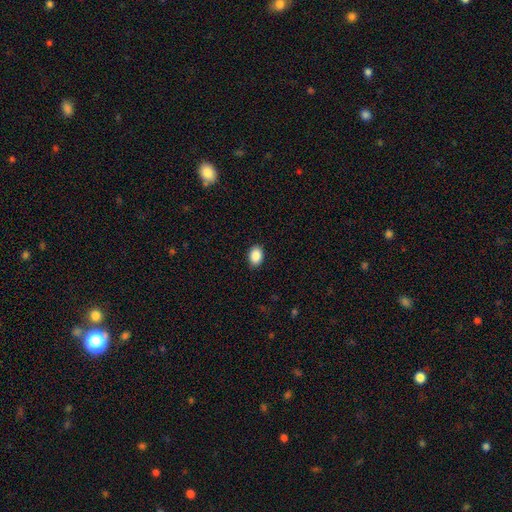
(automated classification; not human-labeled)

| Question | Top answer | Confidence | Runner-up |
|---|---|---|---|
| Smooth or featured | smooth | 89% | star or artifact (8%) |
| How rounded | in between | 77% | round (22%) |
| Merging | none | 89% | minor disturbance (8%) |